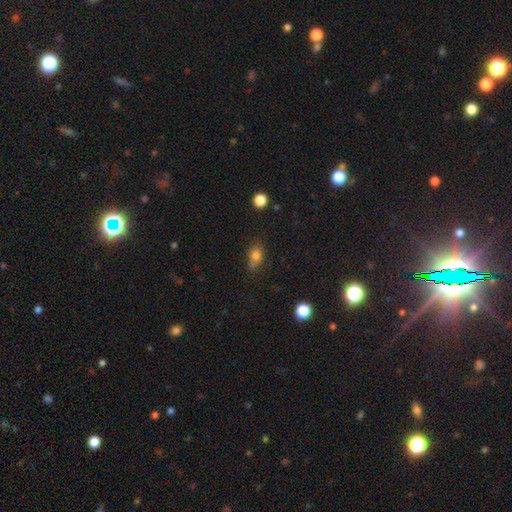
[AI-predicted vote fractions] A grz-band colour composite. It shows a smooth galaxy with no disk features (77%) that is in between round and cigar-shaped (62%). Merging: none (53%).